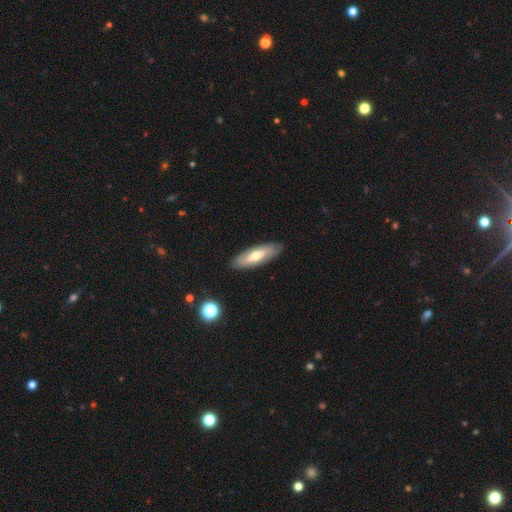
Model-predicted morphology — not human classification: The model was most divided on "smooth or featured": featured or disk: 50%, smooth: 44%, star or artifact: 6%. More confident: merging — none (86%).